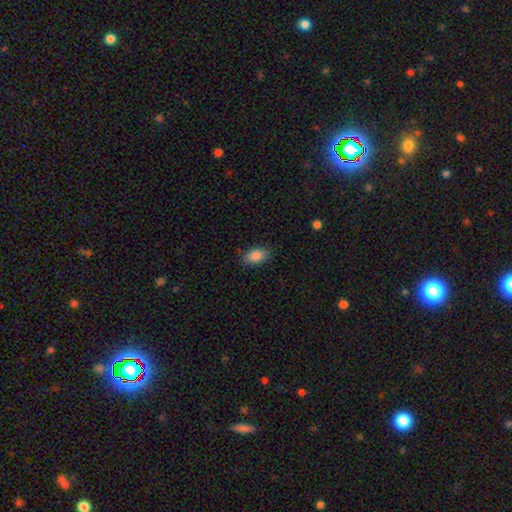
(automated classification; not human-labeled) Smooth or featured?
  - smooth: 88% *
  - star or artifact: 7%
  - featured or disk: 5%
How rounded?
  - in between: 92% *
  - round: 5%
  - cigar-shaped: 3%
Merging?
  - none: 85% *
  - minor disturbance: 11%
  - major disturbance: 3%
  - merger: 1%